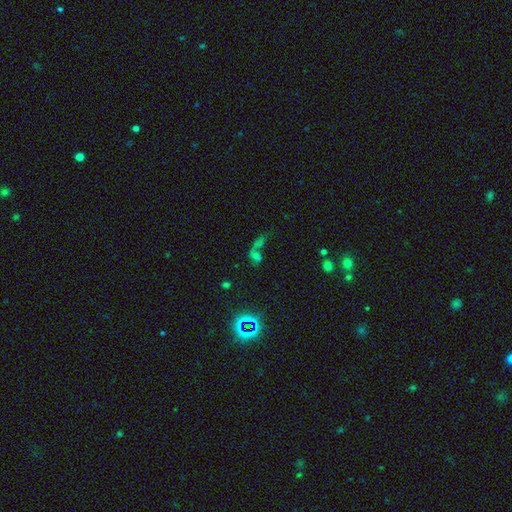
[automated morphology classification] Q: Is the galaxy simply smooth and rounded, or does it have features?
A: smooth — 42%.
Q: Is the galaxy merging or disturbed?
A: merger — 56%.